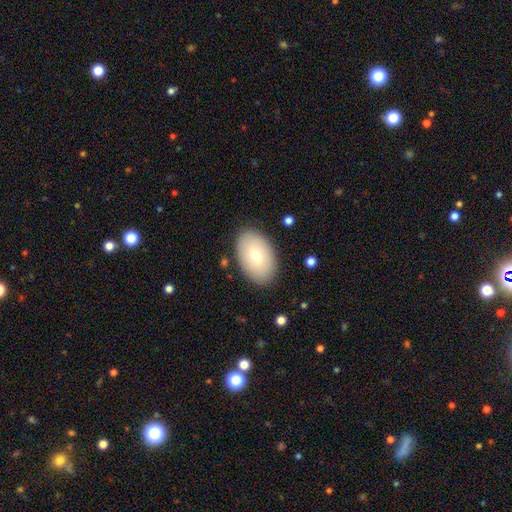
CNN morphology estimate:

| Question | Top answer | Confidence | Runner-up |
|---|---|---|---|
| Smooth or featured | smooth | 70% | featured or disk (24%) |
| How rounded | in between | 91% | round (8%) |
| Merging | none | 86% | minor disturbance (10%) |